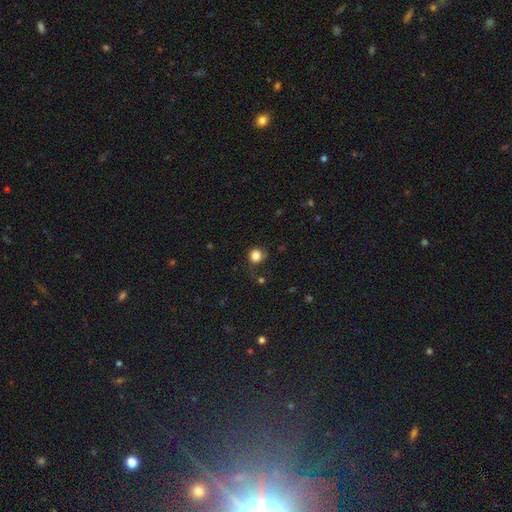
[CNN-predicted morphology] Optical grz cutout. It shows a smooth galaxy with no disk features (83%) that is round (90%). Merging: none (69%).